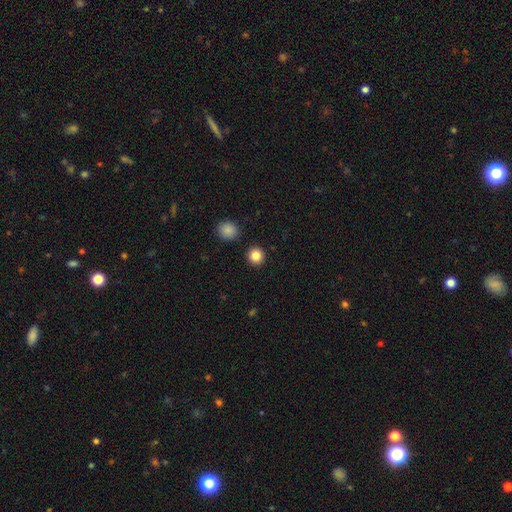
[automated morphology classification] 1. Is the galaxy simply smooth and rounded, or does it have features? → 85% smooth, 11% star or artifact, 4% featured or disk.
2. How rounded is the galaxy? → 94% round, 5% in between, 1% cigar-shaped.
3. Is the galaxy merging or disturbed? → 92% none, 4% minor disturbance, 2% merger, 2% major disturbance.